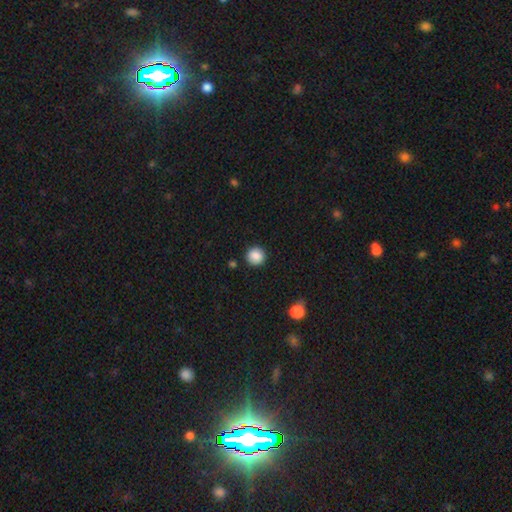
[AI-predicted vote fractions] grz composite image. It shows a smooth galaxy with no disk features (87%) that is round (94%). Merging: none (90%).